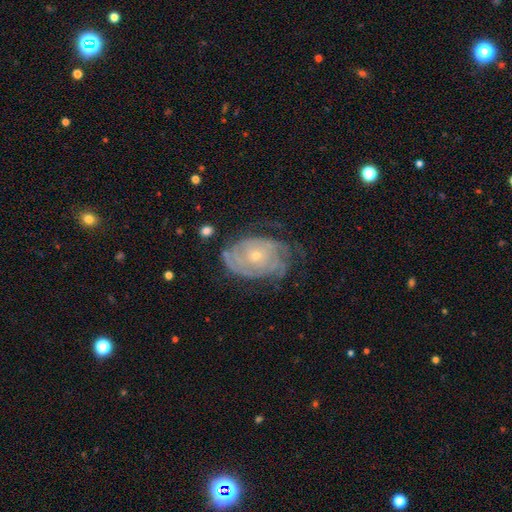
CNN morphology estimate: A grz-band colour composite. It shows a featured or disk galaxy (82%) with no bar (81%), tight (74%) spiral arms (92%) and a small central bulge (69%). Merging: none (64%).